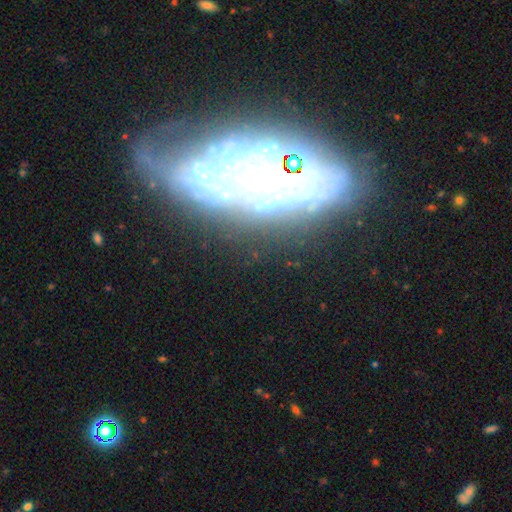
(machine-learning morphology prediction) This is likely a featured or disk galaxy (76%). It is clearly not viewed edge-on (81%). Bar: likely no (76%). Spiral arm pattern: possibly no (51%). Central bulge: marginally moderate (38%). Merging: possibly none (56%).